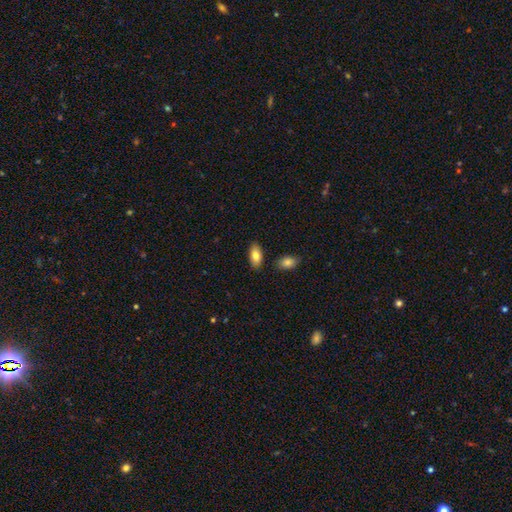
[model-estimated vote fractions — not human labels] Overall: smooth (82%). How rounded: in between (92%). Merging: none (84%).